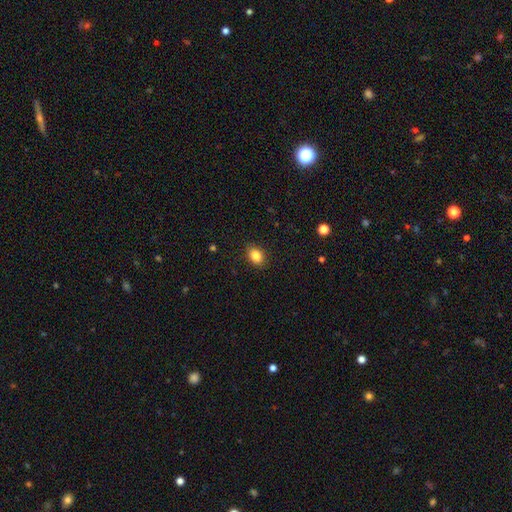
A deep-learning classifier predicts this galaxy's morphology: Smooth or featured: smooth — 85% (star or artifact — 10%)
How rounded: in between — 64% (round — 35%)
Merging: none — 88% (minor disturbance — 9%)